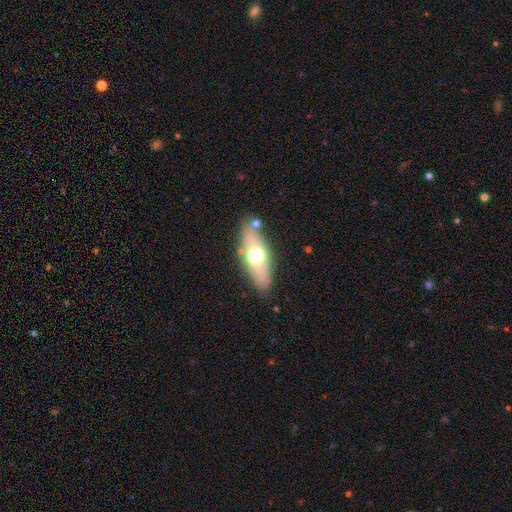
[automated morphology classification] Smooth or featured?
  - smooth: 57% *
  - featured or disk: 36%
  - star or artifact: 7%
How rounded?
  - in between: 61% *
  - cigar-shaped: 35%
  - round: 3%
Merging?
  - none: 80% *
  - minor disturbance: 12%
  - merger: 4%
  - major disturbance: 3%